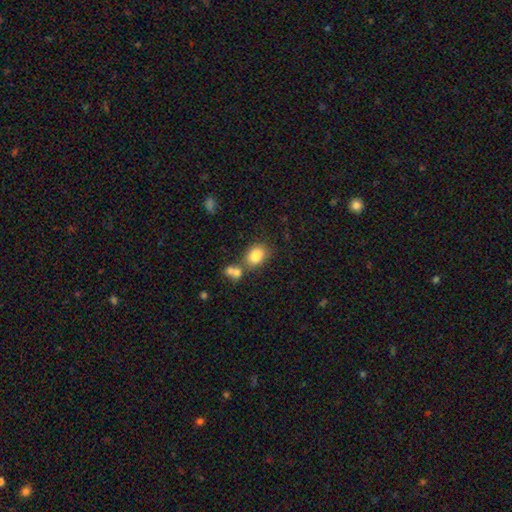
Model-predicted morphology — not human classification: type=smooth (83%); roundness=in between (71%); merging=none (57%).